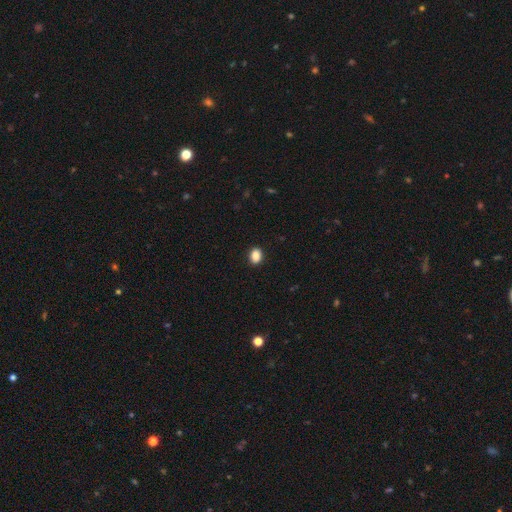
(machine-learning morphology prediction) Smooth or featured? Predicted: smooth (p=0.89). How rounded? Predicted: in between (p=0.71). Merging? Predicted: none (p=0.90).